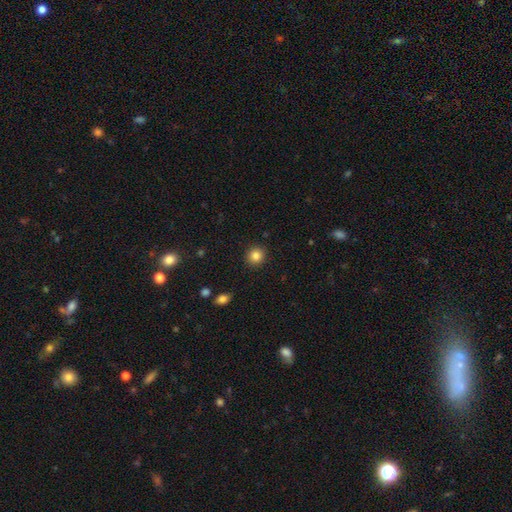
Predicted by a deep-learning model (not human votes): Overall: smooth (85%). How rounded: round (90%). Merging: none (91%).